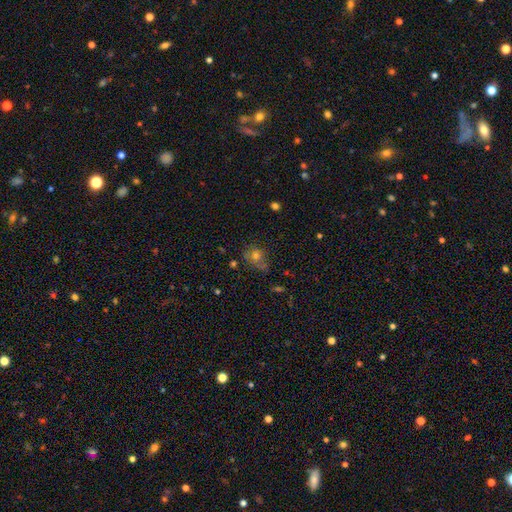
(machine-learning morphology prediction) smooth-or-featured: smooth: 56% | star or artifact: 23% | featured or disk: 20%
  how-rounded: round: 64% | in between: 35% | cigar-shaped: 2%
  merging: none: 58% | minor disturbance: 24% | major disturbance: 12% | merger: 6%